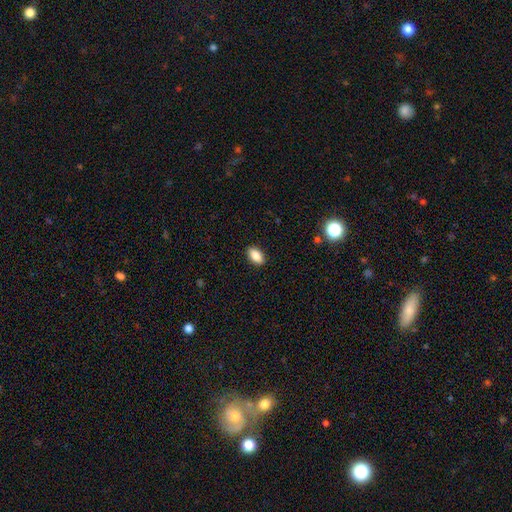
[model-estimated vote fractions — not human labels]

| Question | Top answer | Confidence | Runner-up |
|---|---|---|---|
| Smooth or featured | smooth | 84% | star or artifact (8%) |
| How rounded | in between | 89% | round (6%) |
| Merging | none | 89% | minor disturbance (8%) |